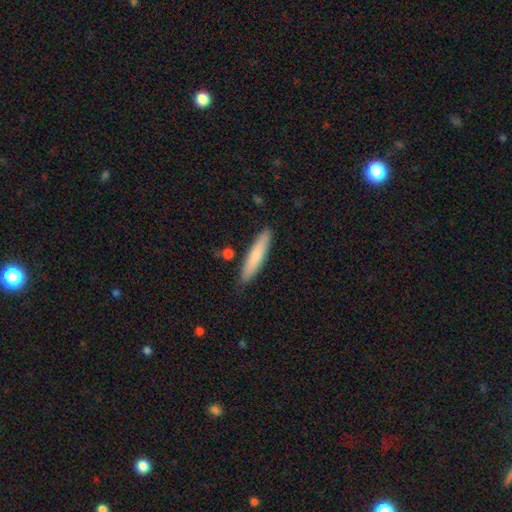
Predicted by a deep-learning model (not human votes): smooth 76%, featured or disk 19%, star or artifact 6%. Down the decision tree: how rounded — cigar-shaped (89%); merging — none (86%).